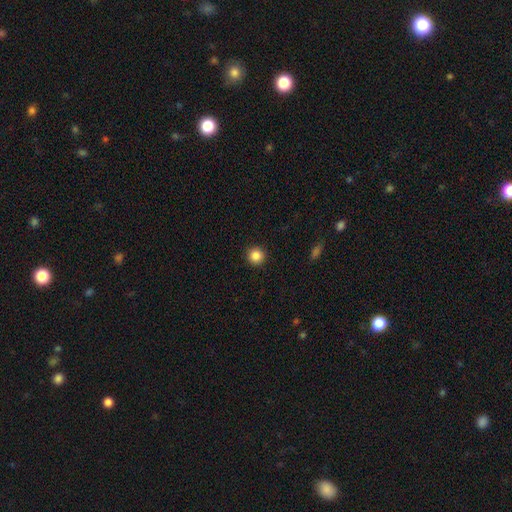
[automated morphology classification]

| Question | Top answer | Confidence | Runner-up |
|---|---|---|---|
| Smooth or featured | smooth | 86% | star or artifact (10%) |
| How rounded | round | 95% | in between (4%) |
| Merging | none | 93% | minor disturbance (5%) |